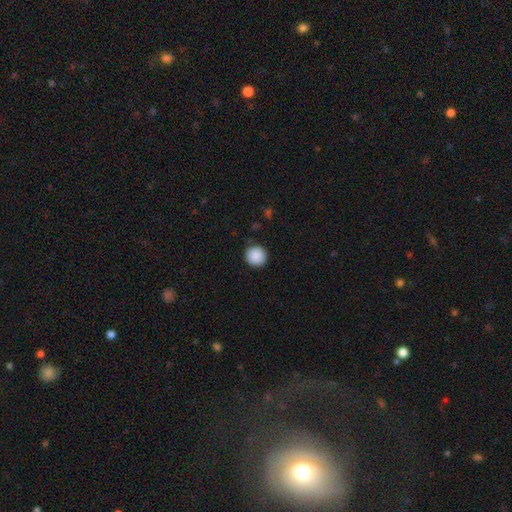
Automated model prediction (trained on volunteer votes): A smooth galaxy with no disk features (89%) that is round (94%).

Vote fractions:
- Smooth or featured? smooth: 89% / star or artifact: 8% / featured or disk: 3%
- How rounded? round: 94% / in between: 5% / cigar-shaped: 1%
- Merging? none: 90% / minor disturbance: 7% / major disturbance: 2% / merger: 1%